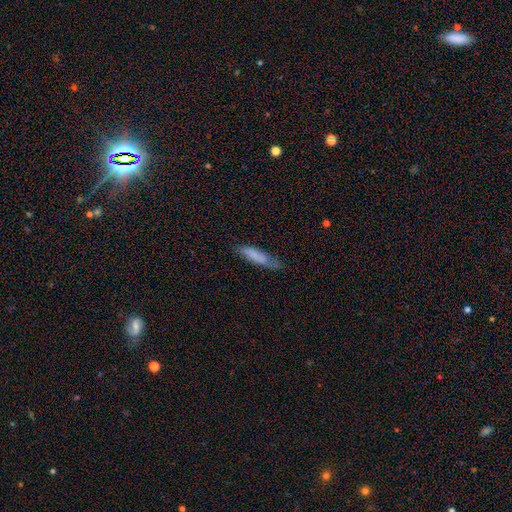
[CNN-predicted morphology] smooth-or-featured: smooth: 74% | featured or disk: 19% | star or artifact: 7%
  how-rounded: cigar-shaped: 73% | in between: 26% | round: 1%
  merging: none: 61% | minor disturbance: 29% | major disturbance: 8% | merger: 2%